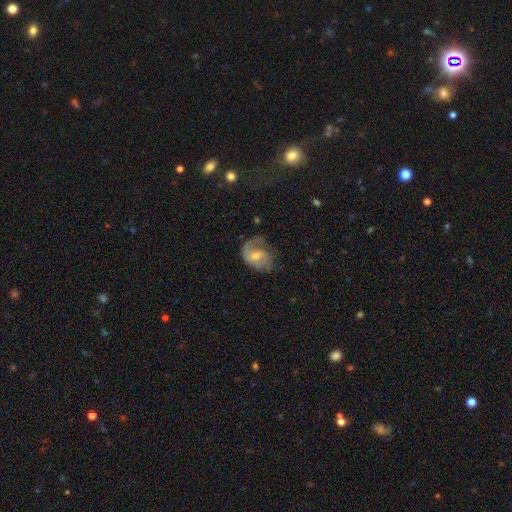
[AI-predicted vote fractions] A featured or disk galaxy (68%) with no bar (47%), 1 (41%) medium (43%) spiral arms (87%) and a moderate central bulge (47%). Merging: none (44%).